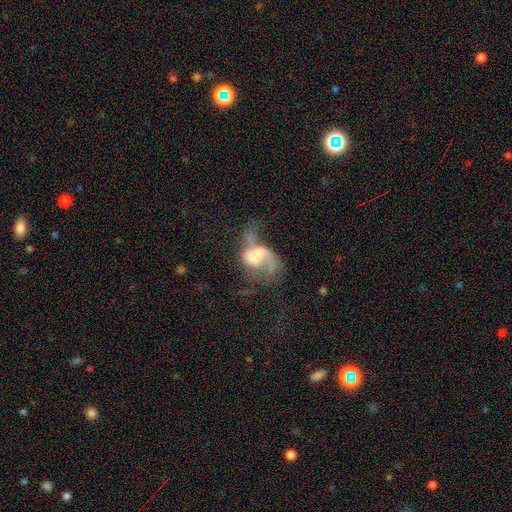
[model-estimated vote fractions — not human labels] Smooth or featured? featured or disk (63%)
Edge-on disk? no (97%)
Bar? no (71%)
Spiral arms? yes (58%)
Bulge size? moderate (38%)
Merging? merger (44%)